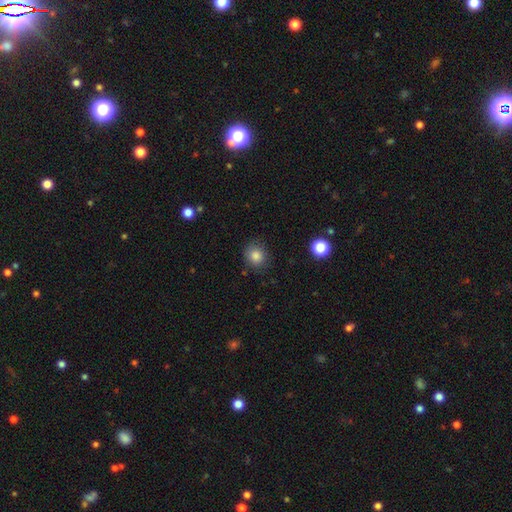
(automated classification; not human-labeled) Smooth or featured? Predicted: smooth (p=0.84). How rounded? Predicted: round (p=0.80). Merging? Predicted: none (p=0.82).